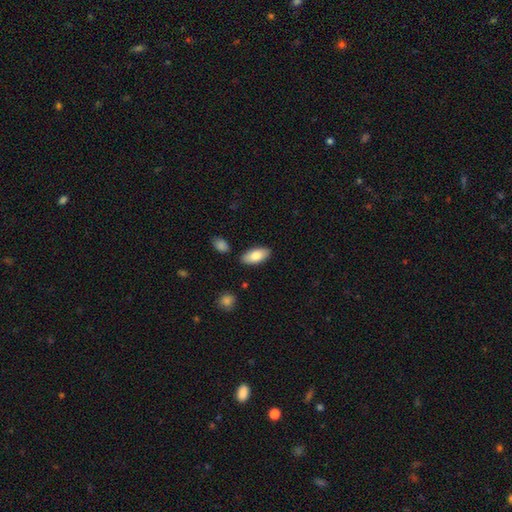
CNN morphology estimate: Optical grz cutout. It shows a smooth galaxy with no disk features (84%) that is in between round and cigar-shaped (92%). Merging: none (85%).